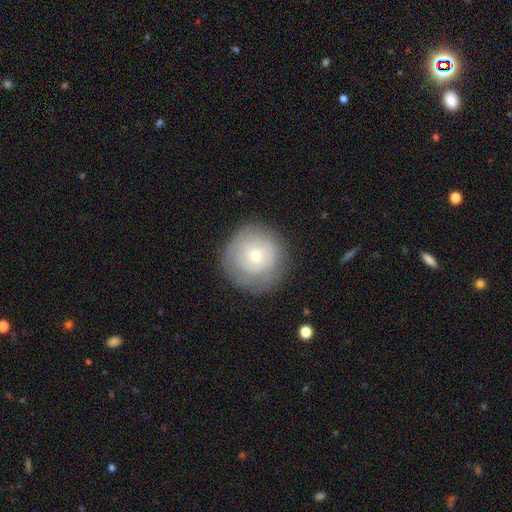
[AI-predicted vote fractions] Morphology: type=smooth (51%); roundness=round (94%); merging=none (82%).